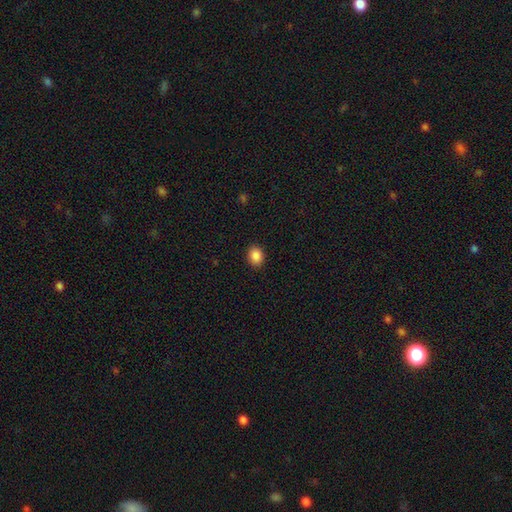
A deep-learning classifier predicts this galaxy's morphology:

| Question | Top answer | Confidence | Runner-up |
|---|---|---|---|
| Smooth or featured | smooth | 88% | star or artifact (9%) |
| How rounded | in between | 52% | round (48%) |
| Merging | none | 90% | minor disturbance (7%) |